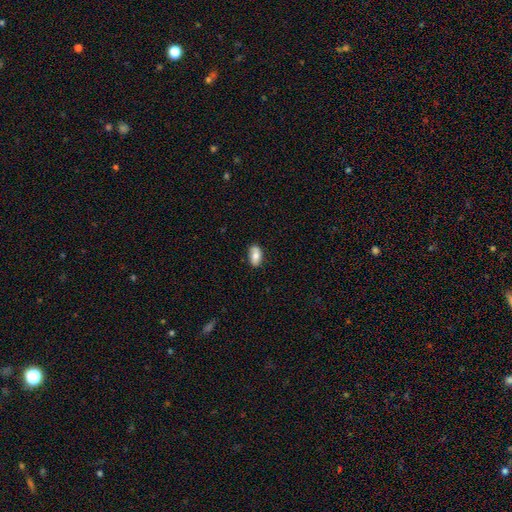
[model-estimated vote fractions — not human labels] The model was most divided on "smooth or featured": smooth: 75%, featured or disk: 19%, star or artifact: 7%. More confident: how rounded — in between (92%); merging — none (80%).